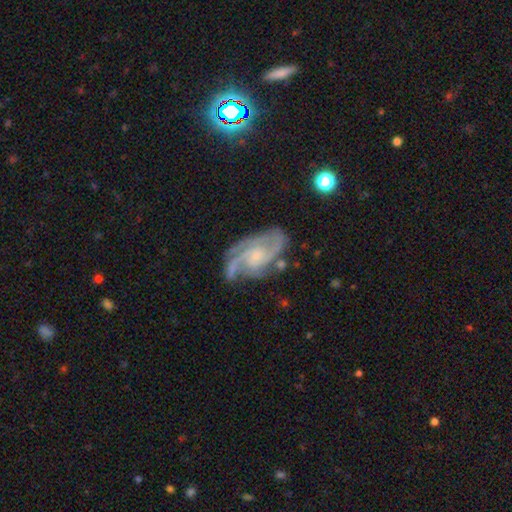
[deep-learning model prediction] Smooth or featured?
  - featured or disk: 89% *
  - smooth: 6%
  - star or artifact: 6%
Edge-on disk?
  - no: 97% *
  - yes: 3%
Bar?
  - no: 61% *
  - weak: 32%
  - strong: 7%
Spiral arms?
  - yes: 98% *
  - no: 2%
Spiral winding?
  - medium: 48% *
  - tight: 41%
  - loose: 11%
Spiral arm count?
  - 3: 43% *
  - 2: 28%
  - can't tell: 11%
  - 4: 9%
  - 1: 5%
  - more than 4: 5%
Bulge size?
  - small: 61% *
  - moderate: 24%
  - none: 12%
  - large: 3%
  - dominant: 1%
Merging?
  - none: 68% *
  - minor disturbance: 20%
  - major disturbance: 9%
  - merger: 2%